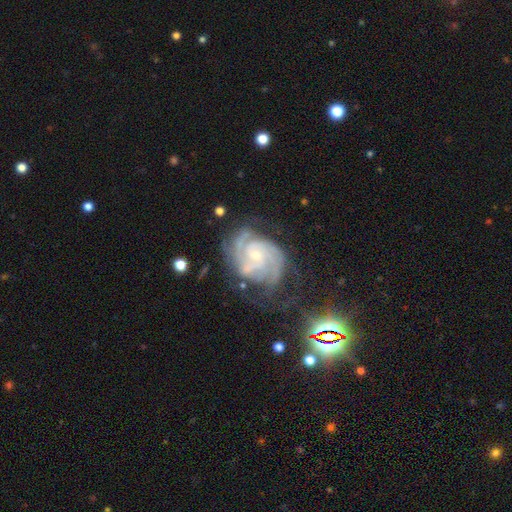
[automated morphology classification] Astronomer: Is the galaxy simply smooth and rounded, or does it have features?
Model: featured or disk — 89%.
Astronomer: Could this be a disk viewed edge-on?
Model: no — 98%.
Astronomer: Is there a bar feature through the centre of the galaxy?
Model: no — 65%.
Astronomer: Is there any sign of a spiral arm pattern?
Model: yes — 98%.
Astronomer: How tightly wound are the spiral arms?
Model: tight — 65%.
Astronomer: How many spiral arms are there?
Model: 3 — 30% (runner-up: 2, 22%).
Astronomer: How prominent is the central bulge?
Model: small — 69%.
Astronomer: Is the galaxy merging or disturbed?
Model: none — 60%.